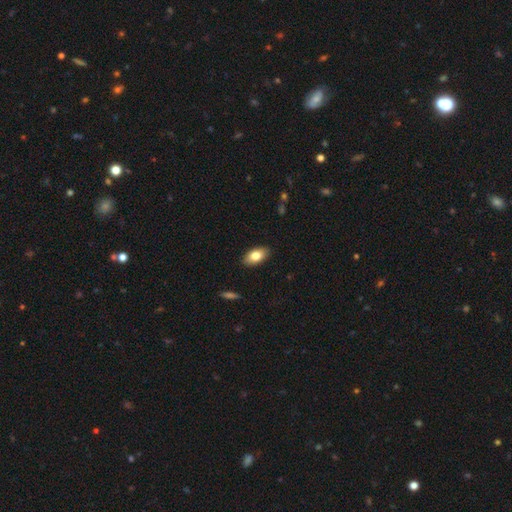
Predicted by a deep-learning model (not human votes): A smooth galaxy with no disk features (79%) that is in between round and cigar-shaped (92%).

Vote fractions:
- Smooth or featured? smooth: 79% / featured or disk: 14% / star or artifact: 7%
- How rounded? in between: 92% / round: 5% / cigar-shaped: 3%
- Merging? none: 89% / minor disturbance: 8% / major disturbance: 2% / merger: 1%